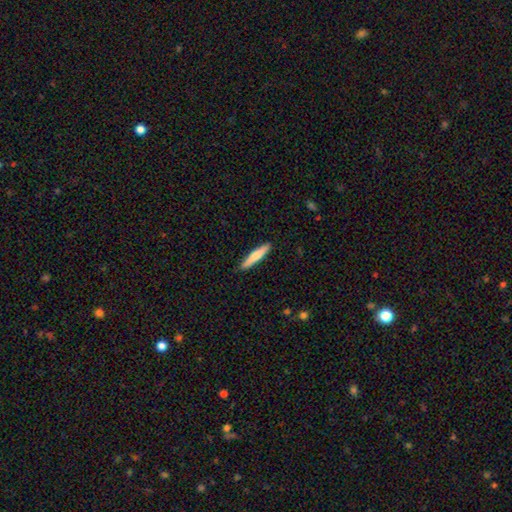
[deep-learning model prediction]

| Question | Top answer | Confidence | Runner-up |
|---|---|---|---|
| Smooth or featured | smooth | 70% | featured or disk (25%) |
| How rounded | cigar-shaped | 91% | in between (8%) |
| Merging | none | 90% | minor disturbance (8%) |